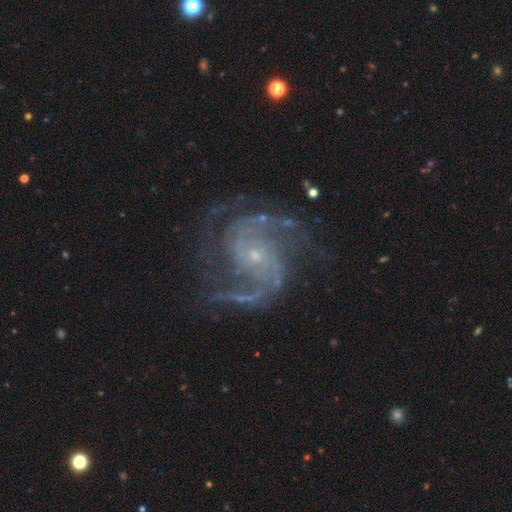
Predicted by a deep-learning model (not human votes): Smooth or featured? Predicted: featured or disk (p=0.92). Edge-on disk? Predicted: no (p=0.98). Bar? Predicted: no (p=0.62). Spiral arms? Predicted: yes (p=0.98). Spiral winding? Predicted: medium (p=0.56). Spiral arm count? Predicted: 2 (p=0.64). Bulge size? Predicted: small (p=0.82). Merging? Predicted: none (p=0.71).